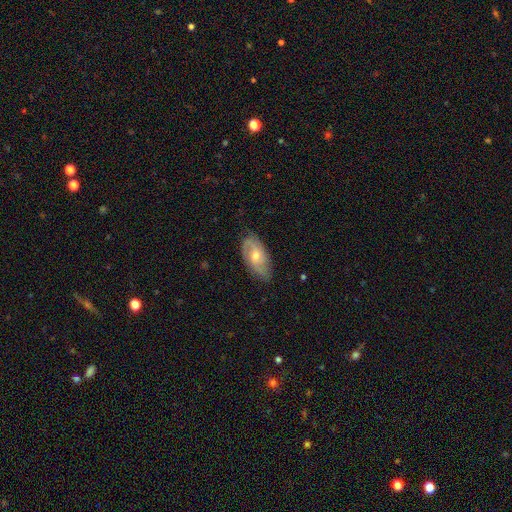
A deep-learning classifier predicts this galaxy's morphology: featured or disk 66%, smooth 29%, star or artifact 6%. Down the decision tree: edge-on disk — no (93%); bar — no (60%); spiral arms — yes (91%); spiral arm count — 2 (63%); spiral winding — medium (46%); bulge size — moderate (59%); merging — none (75%).